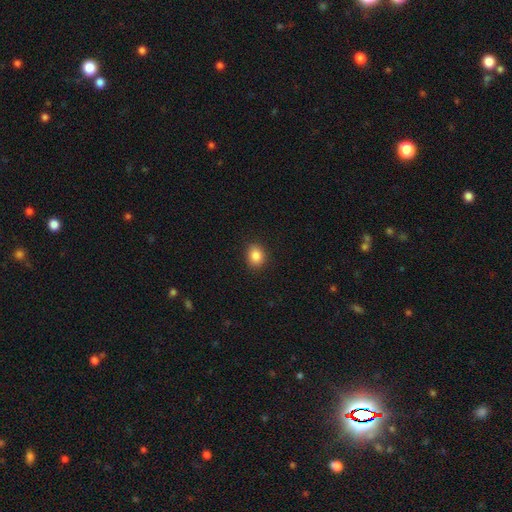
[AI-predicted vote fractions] smooth_or_featured: smooth (p=0.86) [alt: star or artifact p=0.10]
how_rounded: round (p=0.58) [alt: in between p=0.41]
merging: none (p=0.89) [alt: minor disturbance p=0.08]